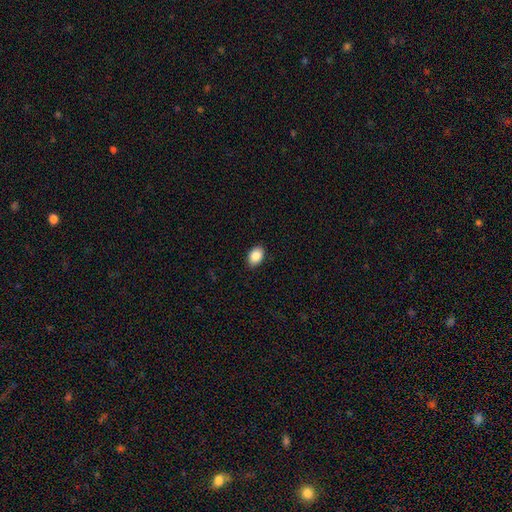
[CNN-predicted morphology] The model was most divided on "how rounded": in between: 85%, round: 14%, cigar-shaped: 1%. More confident: merging — none (89%); smooth or featured — smooth (88%).